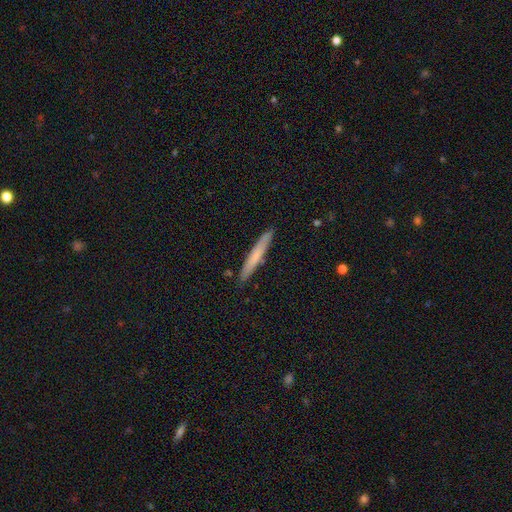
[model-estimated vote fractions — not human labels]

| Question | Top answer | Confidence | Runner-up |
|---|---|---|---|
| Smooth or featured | smooth | 64% | featured or disk (30%) |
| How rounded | cigar-shaped | 96% | in between (3%) |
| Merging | none | 90% | minor disturbance (8%) |